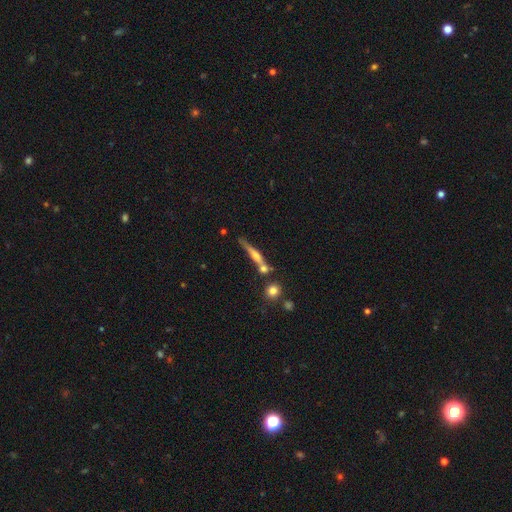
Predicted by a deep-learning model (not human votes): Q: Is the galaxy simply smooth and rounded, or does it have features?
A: featured or disk — 61%.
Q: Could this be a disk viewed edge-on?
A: yes — 93%.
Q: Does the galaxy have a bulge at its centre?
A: rounded — 76%.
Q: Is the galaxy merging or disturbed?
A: none — 62%.